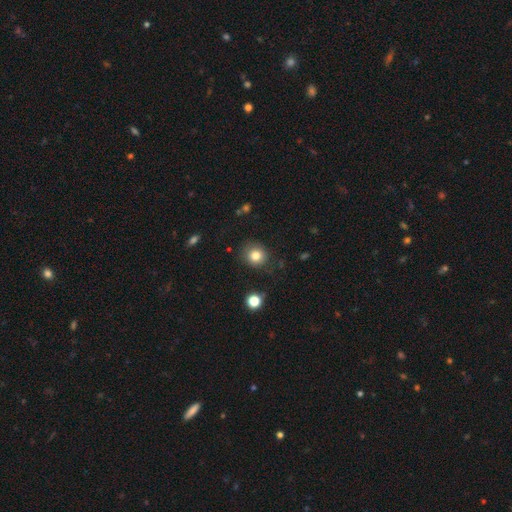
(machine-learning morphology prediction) The model was most divided on "smooth or featured": smooth: 82%, star or artifact: 11%, featured or disk: 7%. More confident: how rounded — round (87%); merging — none (84%).